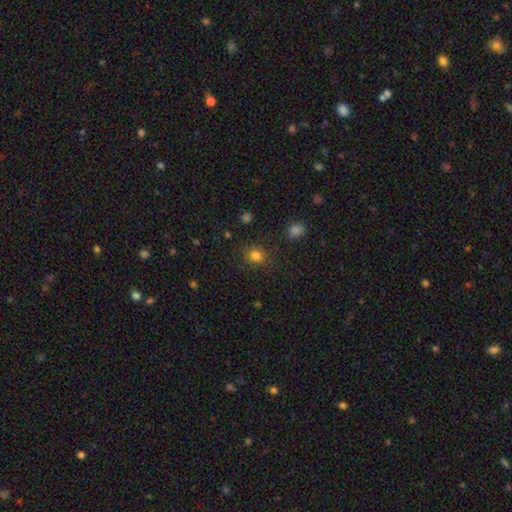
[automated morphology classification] Smooth or featured?
  - smooth: 81% *
  - star or artifact: 14%
  - featured or disk: 5%
How rounded?
  - round: 74% *
  - in between: 25%
  - cigar-shaped: 1%
Merging?
  - none: 82% *
  - minor disturbance: 11%
  - major disturbance: 4%
  - merger: 2%